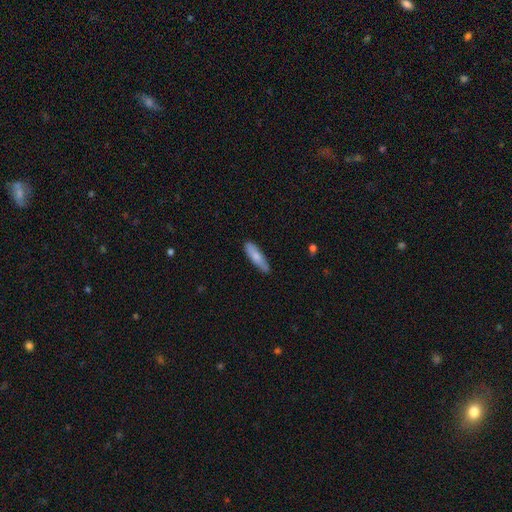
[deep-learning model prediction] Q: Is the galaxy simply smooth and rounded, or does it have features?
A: smooth — 77%.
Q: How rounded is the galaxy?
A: cigar-shaped — 71%.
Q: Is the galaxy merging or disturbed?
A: none — 83%.